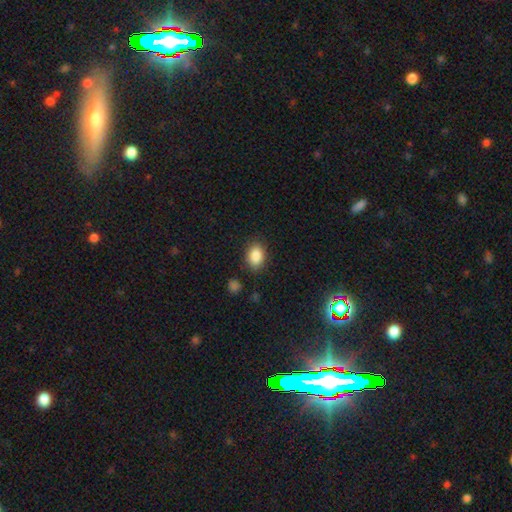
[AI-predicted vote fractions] Smooth or featured: smooth — 86% (star or artifact — 9%)
How rounded: in between — 79% (round — 20%)
Merging: none — 83% (minor disturbance — 12%)